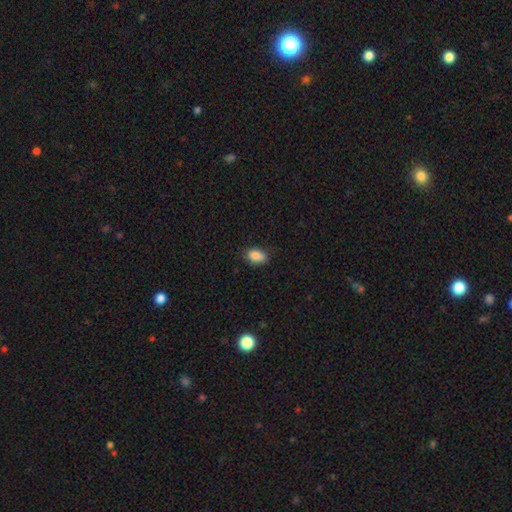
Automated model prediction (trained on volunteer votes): Morphology: type=smooth (87%); roundness=in between (87%); merging=none (81%).